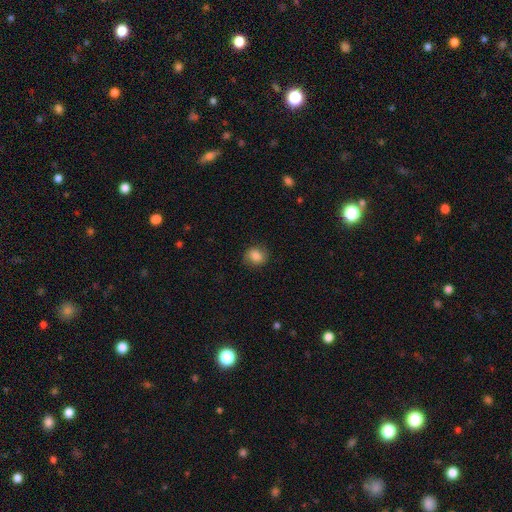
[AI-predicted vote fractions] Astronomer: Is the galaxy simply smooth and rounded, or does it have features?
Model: smooth — 80%.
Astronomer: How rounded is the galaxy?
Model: round — 70%.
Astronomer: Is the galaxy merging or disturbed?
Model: none — 82%.